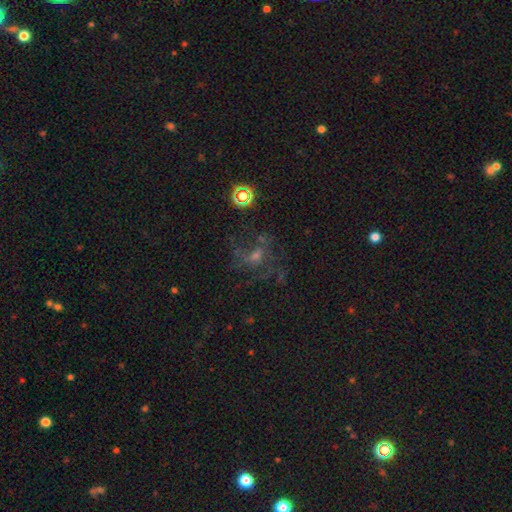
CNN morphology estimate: smooth-or-featured: featured or disk: 43% | star or artifact: 38% | smooth: 19%
  merging: none: 64% | major disturbance: 17% | minor disturbance: 15% | merger: 4%